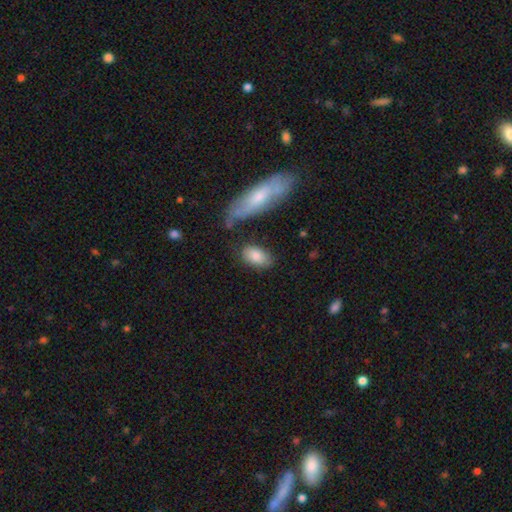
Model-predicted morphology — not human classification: smooth_or_featured: smooth (p=0.83) [alt: featured or disk p=0.11]
how_rounded: in between (p=0.92) [alt: round p=0.05]
merging: none (p=0.71) [alt: minor disturbance p=0.17]